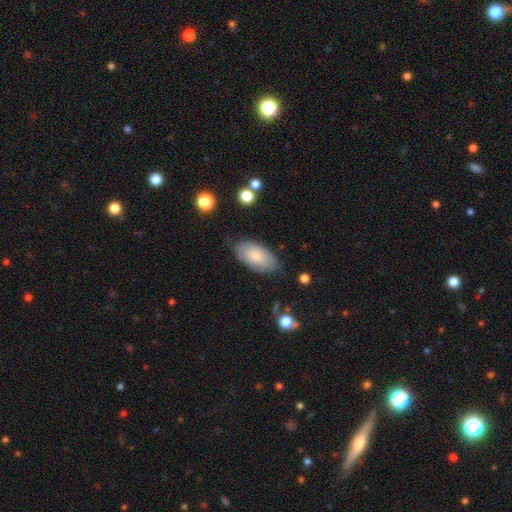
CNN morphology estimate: Overall: smooth (75%). How rounded: in between (94%). Merging: none (76%).